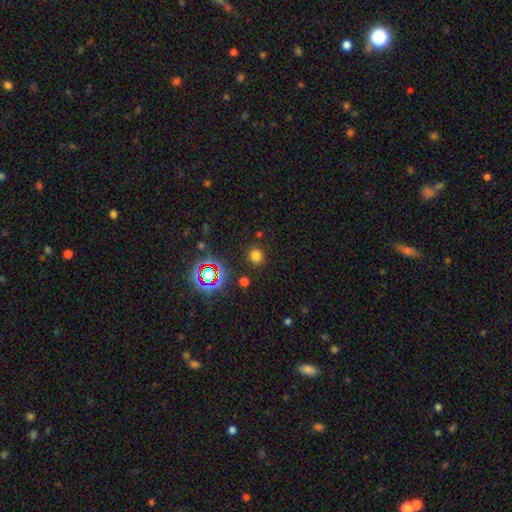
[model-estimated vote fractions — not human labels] This is likely a smooth galaxy (72%). How rounded: clearly round (90%). Merging: clearly none (88%).